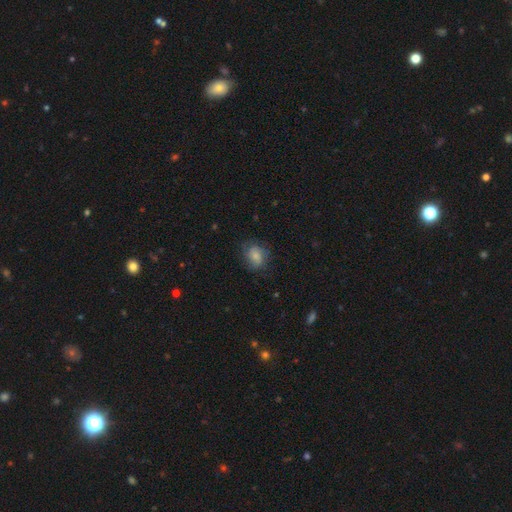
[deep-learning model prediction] Smooth or featured? Predicted: smooth (p=0.72). How rounded? Predicted: in between (p=0.56). Merging? Predicted: none (p=0.67).